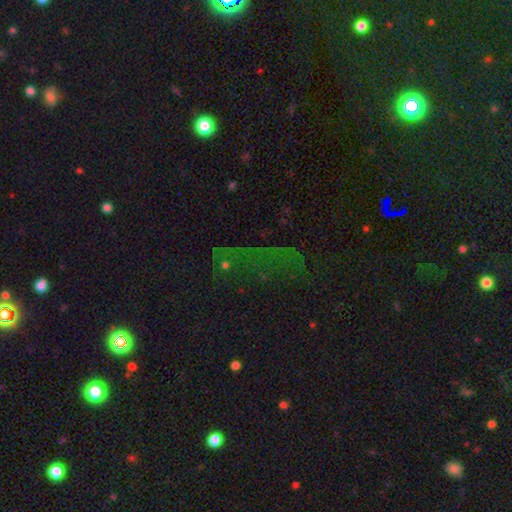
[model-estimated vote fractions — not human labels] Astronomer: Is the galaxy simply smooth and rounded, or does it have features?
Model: star or artifact — 67%.